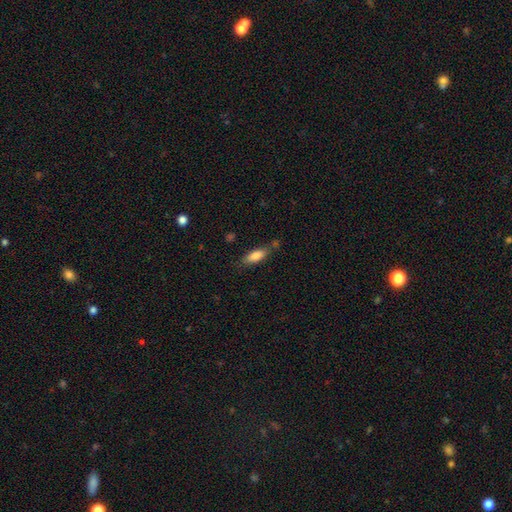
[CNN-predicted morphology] This appears to be a smooth galaxy with no disk features (82%) that is in between round and cigar-shaped (67%). Merging: none (69%).